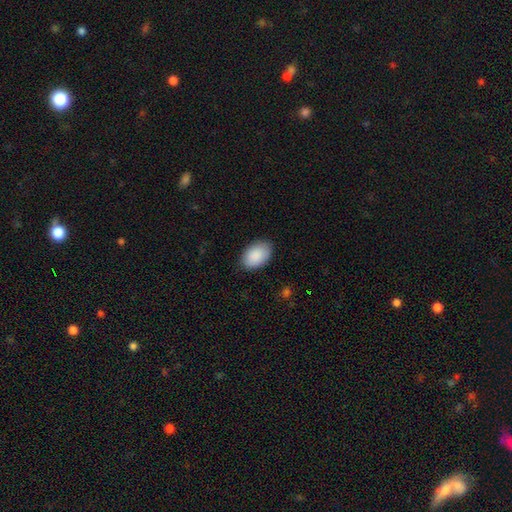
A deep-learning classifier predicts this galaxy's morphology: smooth_or_featured: smooth (p=0.90) [alt: star or artifact p=0.06]
how_rounded: in between (p=0.92) [alt: round p=0.07]
merging: none (p=0.86) [alt: minor disturbance p=0.11]